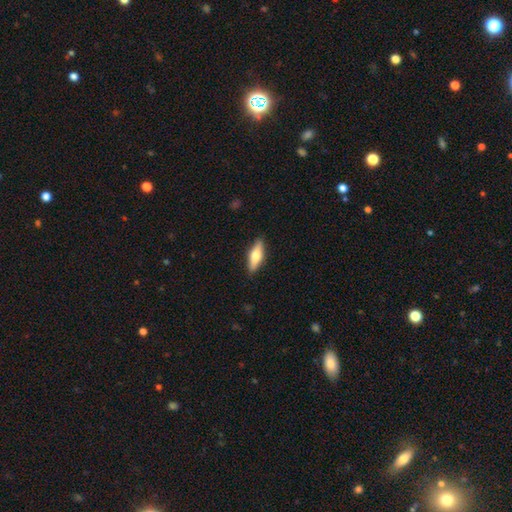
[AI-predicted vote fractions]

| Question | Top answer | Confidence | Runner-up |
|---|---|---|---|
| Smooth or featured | smooth | 57% | featured or disk (37%) |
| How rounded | in between | 52% | cigar-shaped (45%) |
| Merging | none | 89% | minor disturbance (8%) |